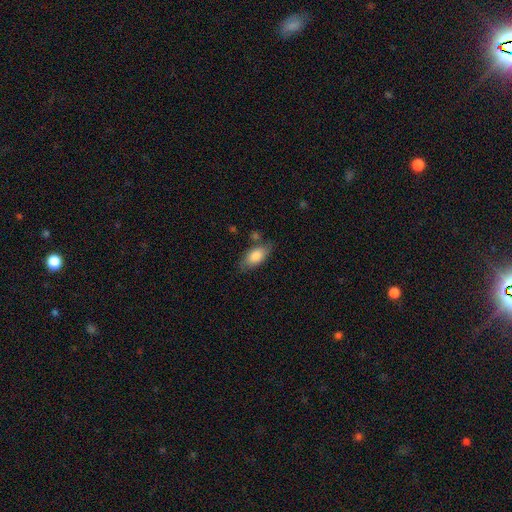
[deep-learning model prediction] Morphology: type=smooth (81%); roundness=in between (89%); merging=none (70%).